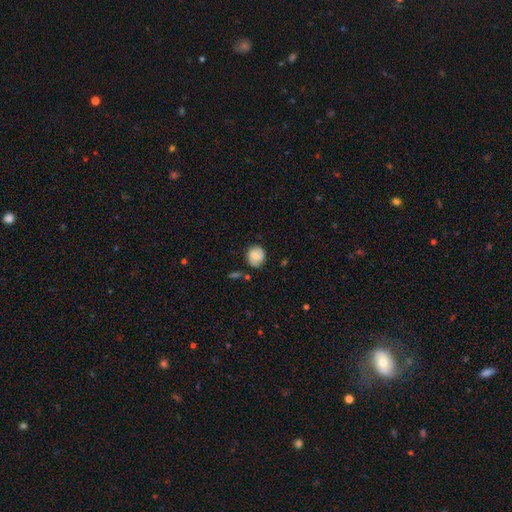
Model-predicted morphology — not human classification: A smooth galaxy with no disk features (69%) that is round (76%). Merging: none (74%).